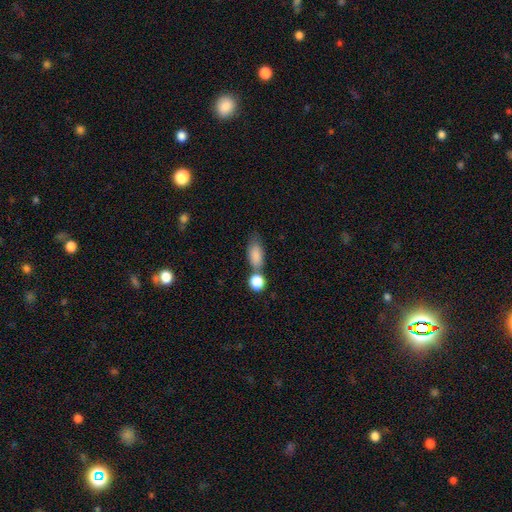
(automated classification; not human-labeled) The model was most divided on "merging": none: 48%, merger: 26%, minor disturbance: 18%, major disturbance: 7%. More confident: smooth or featured — smooth (83%); how rounded — in between (81%).